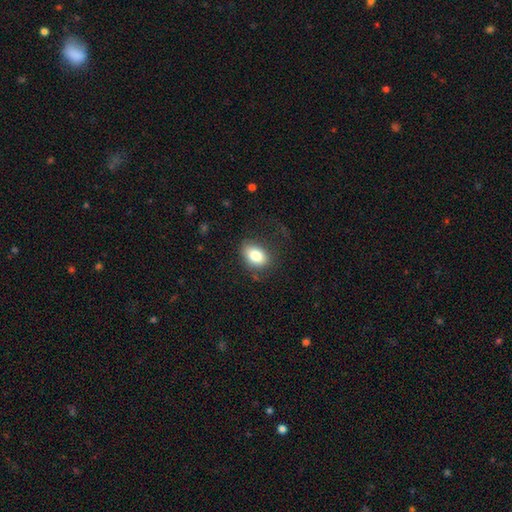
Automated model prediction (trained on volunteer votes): smooth 81%, featured or disk 10%, star or artifact 8%. Down the decision tree: how rounded — in between (80%); merging — none (73%).